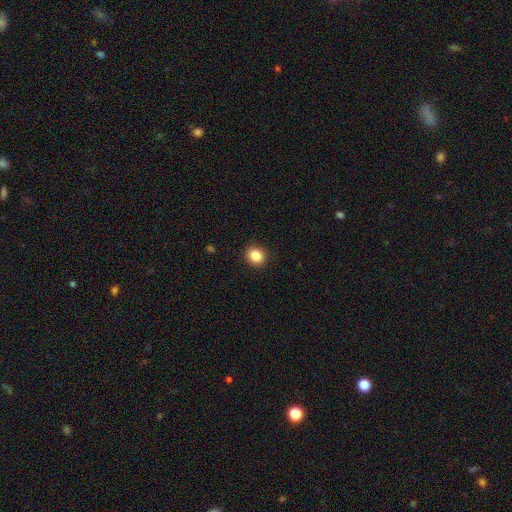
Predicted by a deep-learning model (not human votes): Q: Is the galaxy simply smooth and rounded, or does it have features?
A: smooth — 86%.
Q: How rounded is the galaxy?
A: round — 67%.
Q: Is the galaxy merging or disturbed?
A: none — 91%.